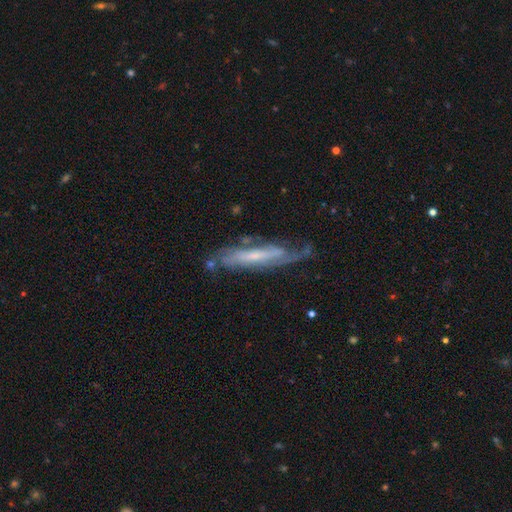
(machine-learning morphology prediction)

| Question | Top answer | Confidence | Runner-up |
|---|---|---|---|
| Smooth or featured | featured or disk | 74% | smooth (20%) |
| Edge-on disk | yes | 51% | no (49%) |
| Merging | none | 63% | minor disturbance (24%) |